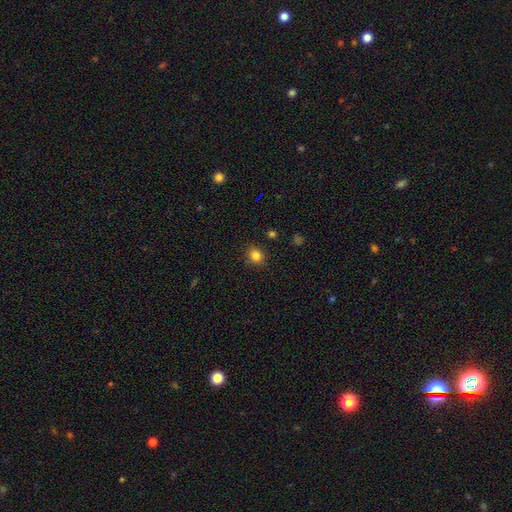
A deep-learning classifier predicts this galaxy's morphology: This is clearly a smooth galaxy (83%). How rounded: likely round (74%). Merging: clearly none (87%).